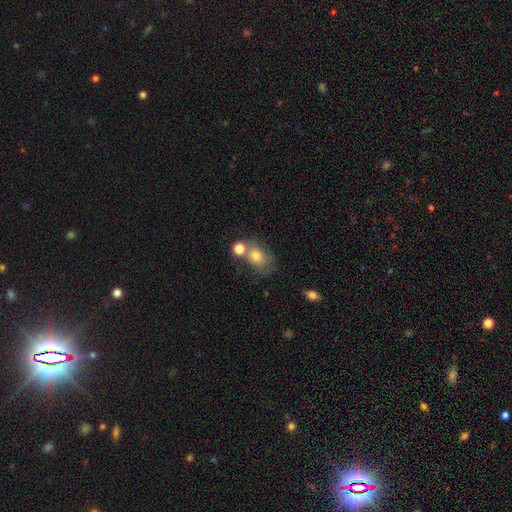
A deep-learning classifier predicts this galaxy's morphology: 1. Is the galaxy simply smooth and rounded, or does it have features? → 75% smooth, 14% featured or disk, 11% star or artifact.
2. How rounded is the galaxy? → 54% in between, 44% round, 1% cigar-shaped.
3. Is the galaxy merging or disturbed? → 44% none, 31% merger, 16% minor disturbance, 8% major disturbance.